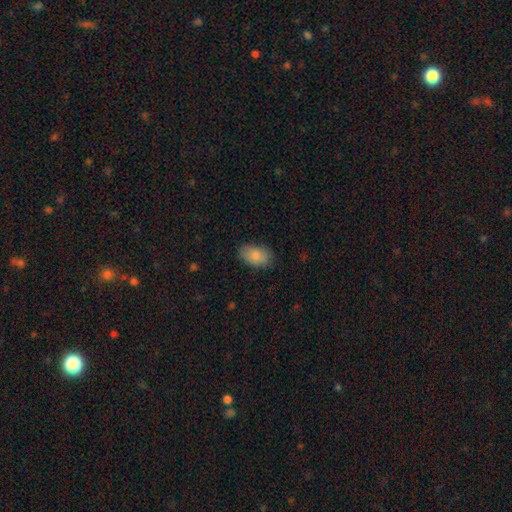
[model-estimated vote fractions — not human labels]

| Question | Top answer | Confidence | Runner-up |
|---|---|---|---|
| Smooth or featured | smooth | 86% | featured or disk (7%) |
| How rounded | in between | 92% | round (6%) |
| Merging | none | 81% | minor disturbance (14%) |